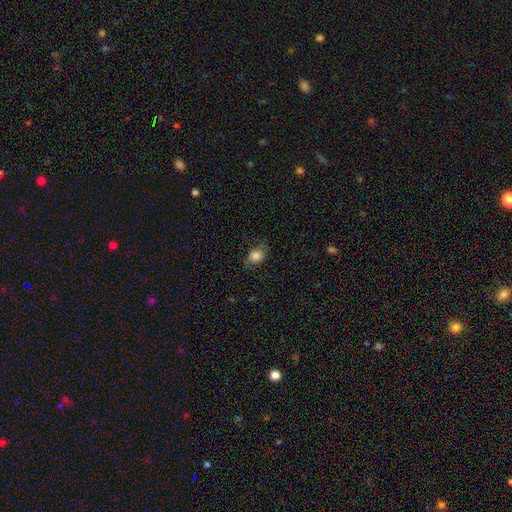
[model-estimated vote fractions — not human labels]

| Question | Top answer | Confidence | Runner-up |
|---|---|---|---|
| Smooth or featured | smooth | 81% | star or artifact (9%) |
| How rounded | in between | 57% | round (42%) |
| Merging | none | 75% | minor disturbance (18%) |